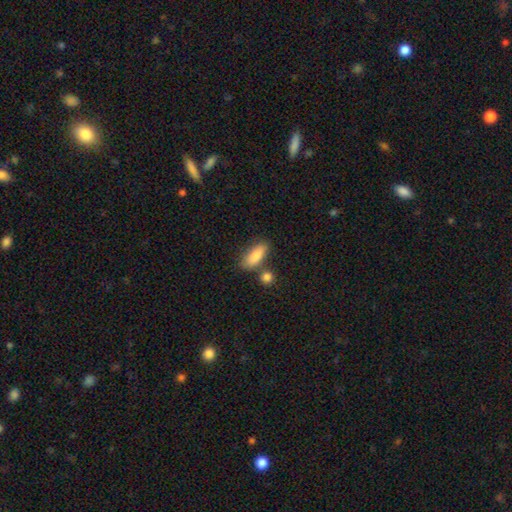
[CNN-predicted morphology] Smooth or featured? Predicted: smooth (p=0.83). How rounded? Predicted: in between (p=0.73). Merging? Predicted: none (p=0.67).